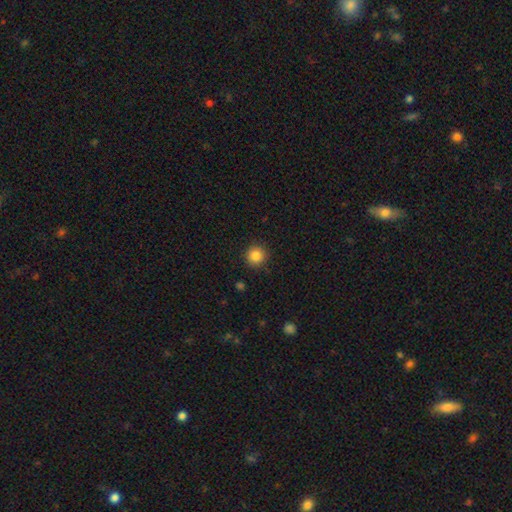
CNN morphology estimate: Smooth or featured? Predicted: smooth (p=0.86). How rounded? Predicted: round (p=0.94). Merging? Predicted: none (p=0.90).